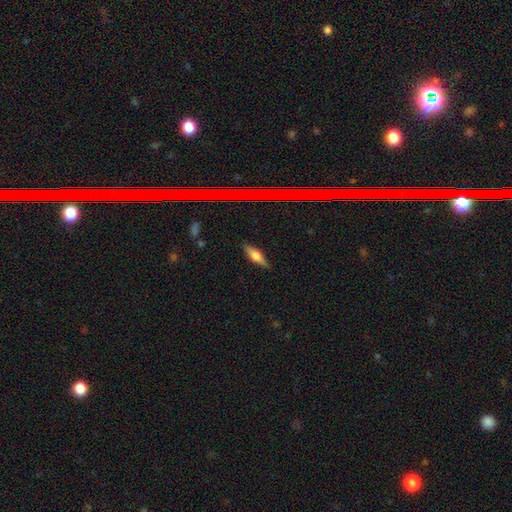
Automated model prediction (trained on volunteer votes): This is possibly a smooth galaxy (51%). How rounded: possibly in between (52%). Merging: clearly none (84%).